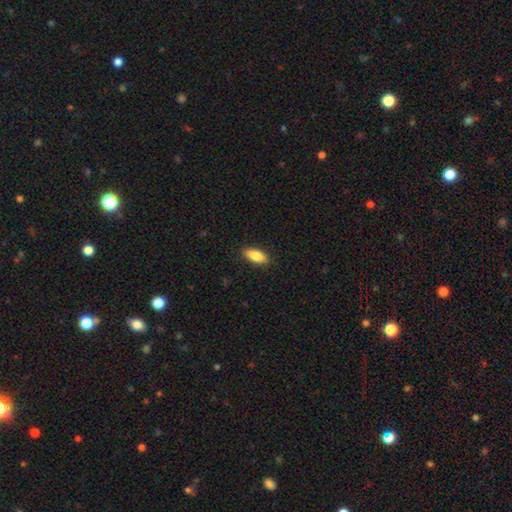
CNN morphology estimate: smooth 85%, featured or disk 9%, star or artifact 6%. Down the decision tree: how rounded — in between (80%); merging — none (88%).